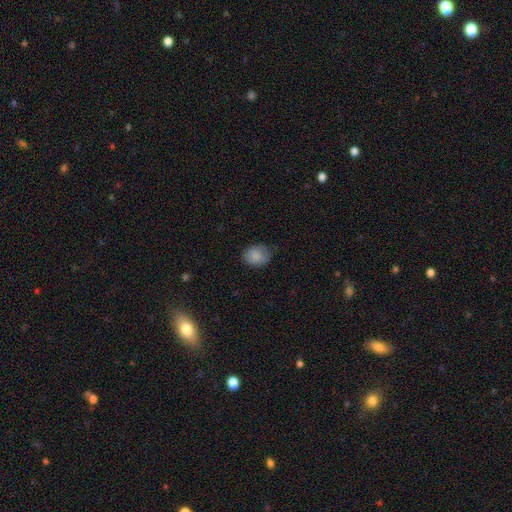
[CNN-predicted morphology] This appears to be a smooth galaxy with no disk features (86%) that is in between round and cigar-shaped (51%). Merging: none (74%).